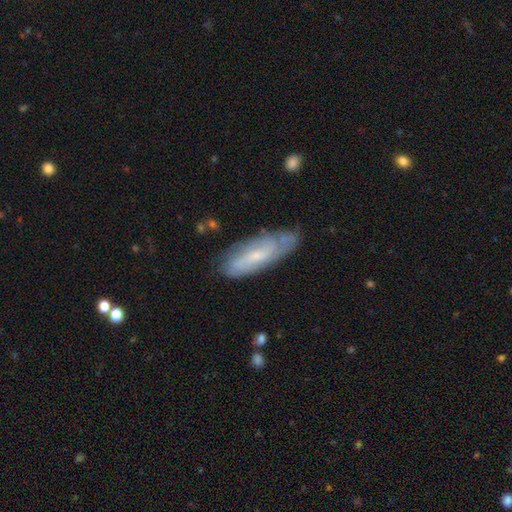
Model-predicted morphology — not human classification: This appears to be a featured or disk galaxy (57%). Merging: none (71%).